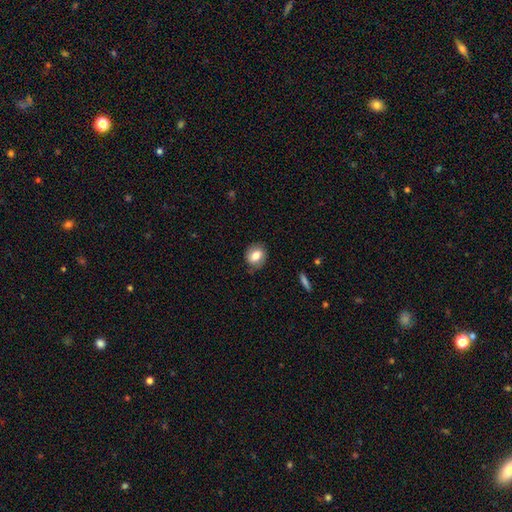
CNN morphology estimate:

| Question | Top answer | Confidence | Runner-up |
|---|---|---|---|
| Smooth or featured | smooth | 76% | featured or disk (16%) |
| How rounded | round | 59% | in between (40%) |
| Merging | none | 80% | minor disturbance (15%) |